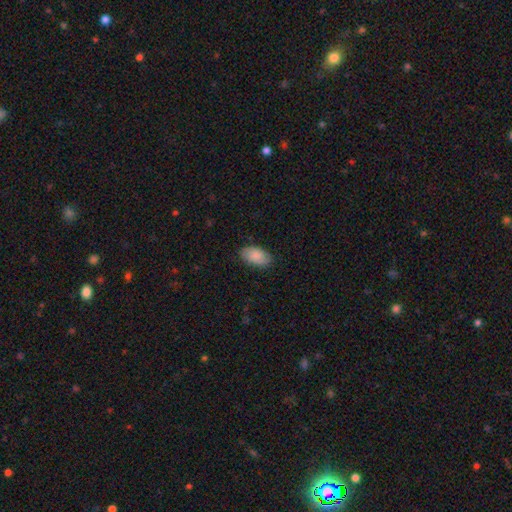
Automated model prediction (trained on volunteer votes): smooth_or_featured: smooth (p=0.83) [alt: featured or disk p=0.11]
how_rounded: in between (p=0.94) [alt: round p=0.04]
merging: none (p=0.84) [alt: minor disturbance p=0.12]